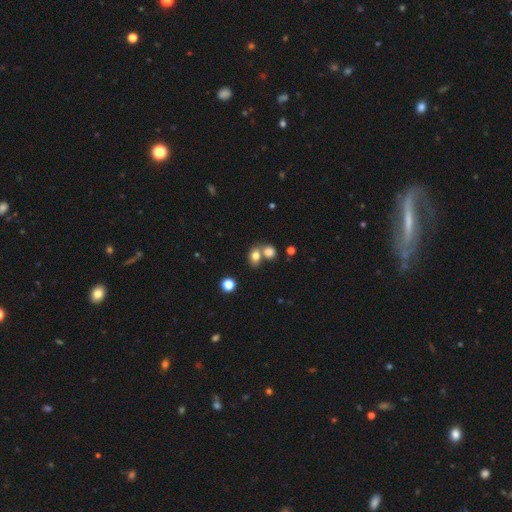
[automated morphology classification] Q: Smooth or featured?
A: smooth (77%); runner-up: star or artifact (13%)
Q: How rounded?
A: in between (53%); runner-up: round (46%)
Q: Merging?
A: merger (44%); runner-up: none (43%)